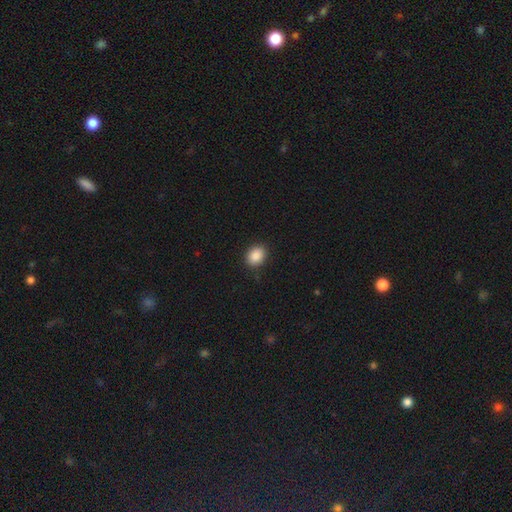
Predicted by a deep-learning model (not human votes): smooth-or-featured: smooth: 88% | star or artifact: 8% | featured or disk: 4%
  how-rounded: in between: 60% | round: 39% | cigar-shaped: 1%
  merging: none: 88% | minor disturbance: 8% | major disturbance: 2% | merger: 1%